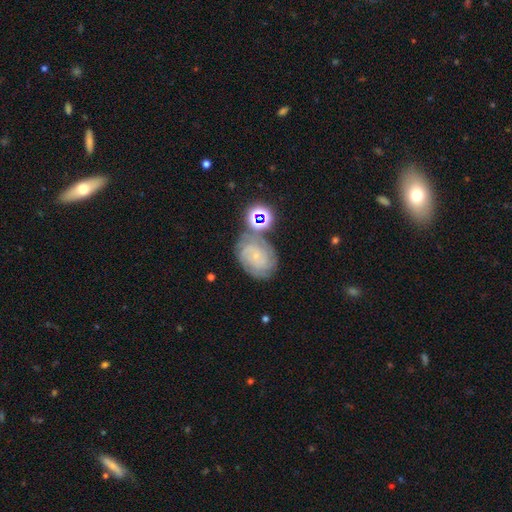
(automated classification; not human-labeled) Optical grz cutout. It shows a featured or disk galaxy (69%) with no bar (73%), tight (71%) spiral arms (94%) and a small central bulge (79%). Merging: none (67%).